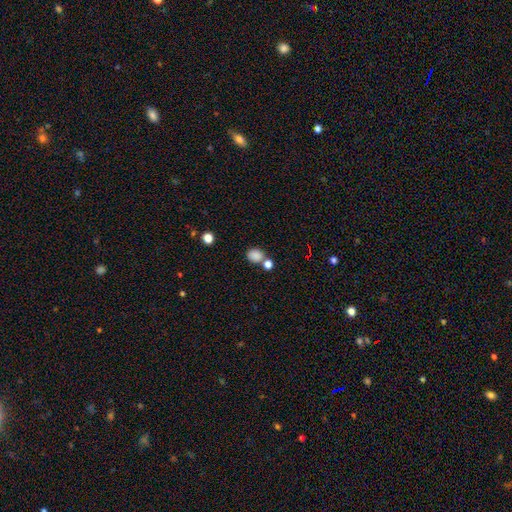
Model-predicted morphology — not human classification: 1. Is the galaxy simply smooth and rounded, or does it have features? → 84% smooth, 11% star or artifact, 5% featured or disk.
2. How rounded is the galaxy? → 56% round, 43% in between, 1% cigar-shaped.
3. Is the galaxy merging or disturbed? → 63% none, 22% merger, 11% minor disturbance, 4% major disturbance.